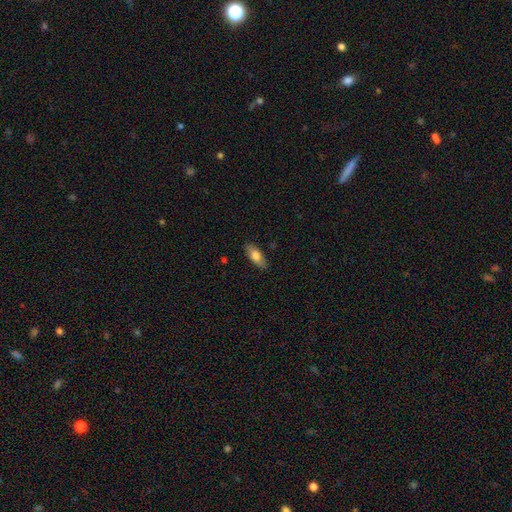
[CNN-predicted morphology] smooth_or_featured: smooth (p=0.74) [alt: featured or disk p=0.20]
how_rounded: in between (p=0.81) [alt: cigar-shaped p=0.17]
merging: none (p=0.85) [alt: minor disturbance p=0.11]